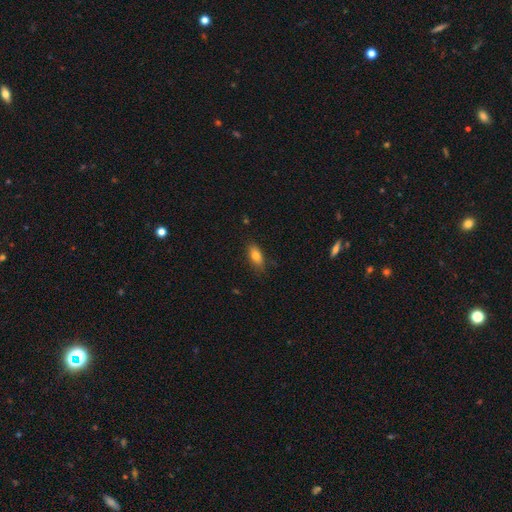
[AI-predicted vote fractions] smooth-or-featured: smooth: 77% | featured or disk: 14% | star or artifact: 8%
  how-rounded: in between: 82% | cigar-shaped: 14% | round: 4%
  merging: none: 82% | minor disturbance: 14% | major disturbance: 3% | merger: 1%